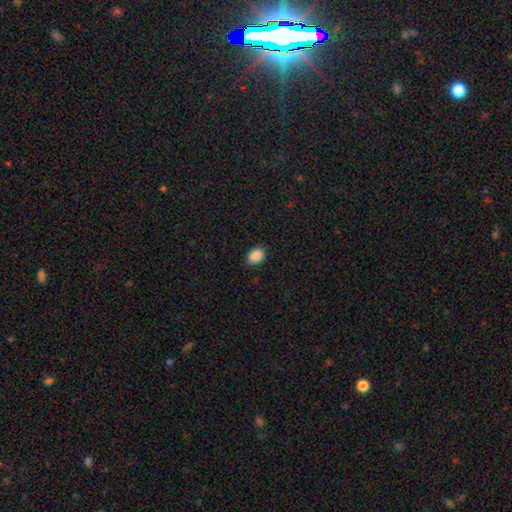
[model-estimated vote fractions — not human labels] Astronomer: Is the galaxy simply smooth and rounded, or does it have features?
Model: smooth — 89%.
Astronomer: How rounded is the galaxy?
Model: in between — 61% (runner-up: round, 38%).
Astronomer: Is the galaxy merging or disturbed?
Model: none — 88%.